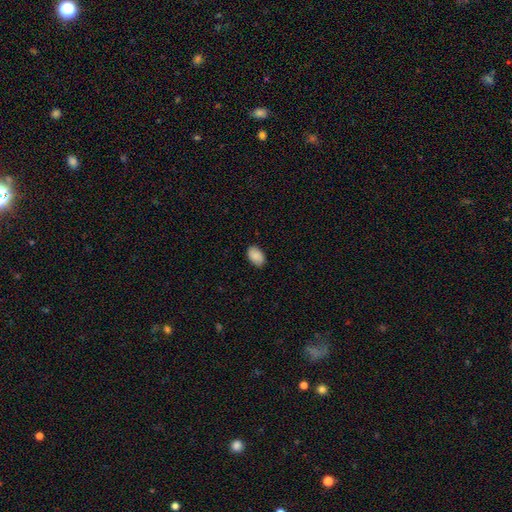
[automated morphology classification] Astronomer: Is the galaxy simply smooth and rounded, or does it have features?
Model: smooth — 88%.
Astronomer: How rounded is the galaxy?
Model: in between — 91%.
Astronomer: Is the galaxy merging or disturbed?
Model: none — 87%.